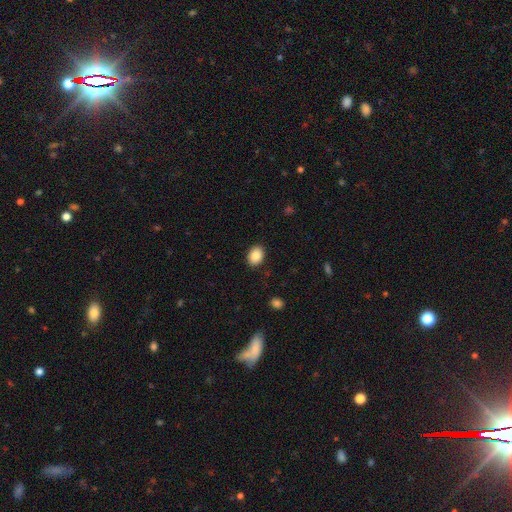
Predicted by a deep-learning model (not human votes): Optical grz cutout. It shows a smooth galaxy with no disk features (87%) that is in between round and cigar-shaped (67%). Merging: none (89%).